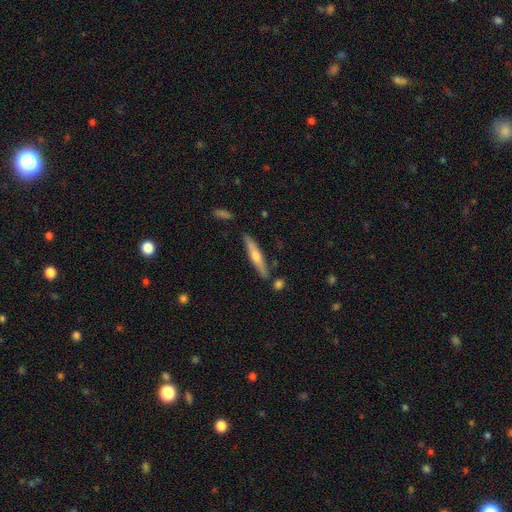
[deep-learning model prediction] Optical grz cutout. It shows a featured or disk galaxy (54%) viewed edge-on (94%) with a rounded central bulge (85%). Merging: none (85%).